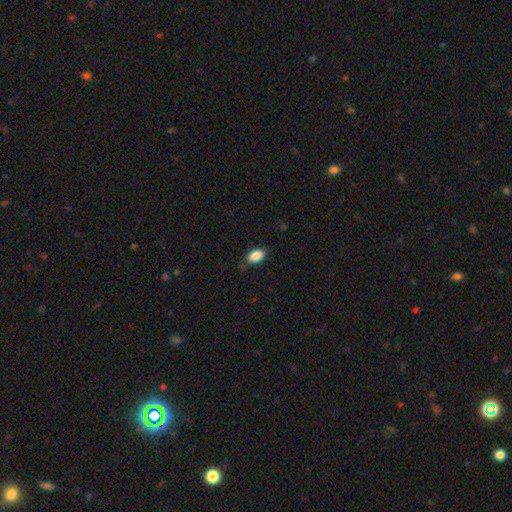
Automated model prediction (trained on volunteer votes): A smooth galaxy with no disk features (88%) that is in between round and cigar-shaped (91%).

Vote fractions:
- Smooth or featured? smooth: 88% / star or artifact: 8% / featured or disk: 4%
- How rounded? in between: 91% / round: 7% / cigar-shaped: 2%
- Merging? none: 82% / minor disturbance: 14% / major disturbance: 3% / merger: 2%